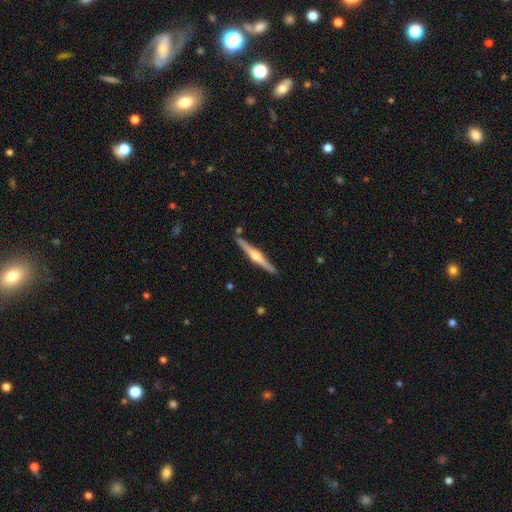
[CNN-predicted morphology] Smooth or featured? Predicted: featured or disk (p=0.78). Edge-on disk? Predicted: yes (p=0.98). Edge-on bulge? Predicted: rounded (p=0.93). Merging? Predicted: none (p=0.89).